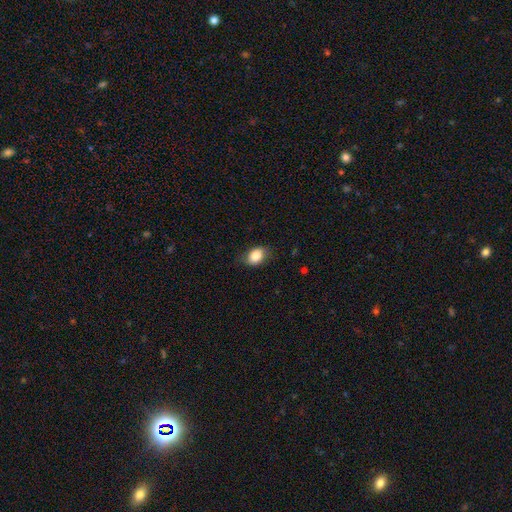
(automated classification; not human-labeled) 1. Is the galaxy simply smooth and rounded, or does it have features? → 84% smooth, 9% featured or disk, 7% star or artifact.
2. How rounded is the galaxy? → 78% in between, 20% round, 1% cigar-shaped.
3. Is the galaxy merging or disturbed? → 76% none, 19% minor disturbance, 4% major disturbance, 1% merger.